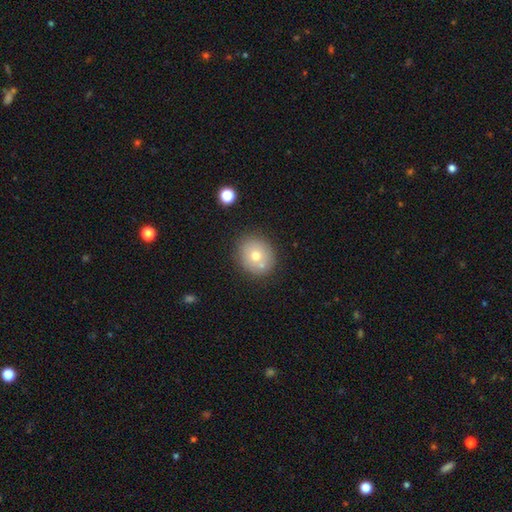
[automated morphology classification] Q: Smooth or featured?
A: smooth (70%); runner-up: featured or disk (19%)
Q: How rounded?
A: round (80%); runner-up: in between (19%)
Q: Merging?
A: none (72%); runner-up: merger (13%)